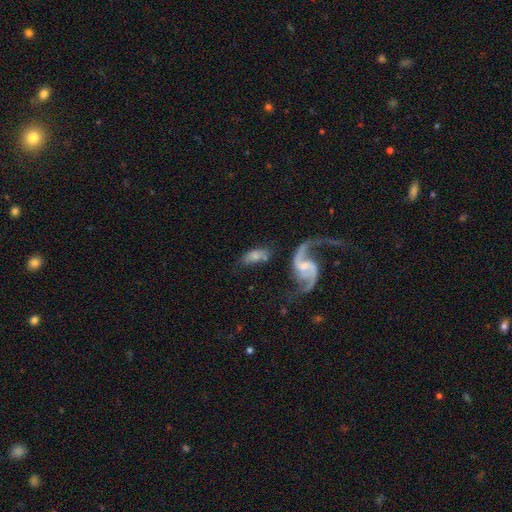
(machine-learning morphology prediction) Smooth or featured? Predicted: featured or disk (p=0.47). Merging? Predicted: none (p=0.47).